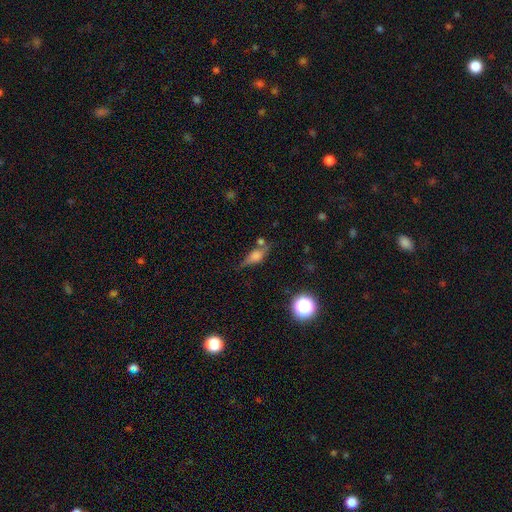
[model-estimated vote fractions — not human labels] Q: Smooth or featured?
A: smooth (50%); runner-up: featured or disk (37%)
Q: How rounded?
A: in between (57%); runner-up: cigar-shaped (32%)
Q: Merging?
A: none (57%); runner-up: minor disturbance (22%)